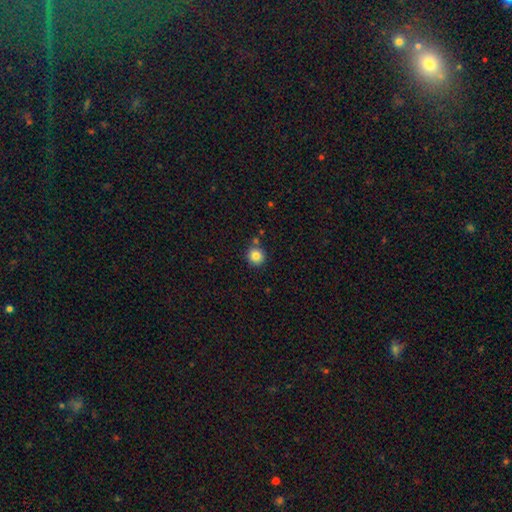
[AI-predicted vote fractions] smooth 84%, star or artifact 11%, featured or disk 5%. Down the decision tree: how rounded — round (93%); merging — none (80%).